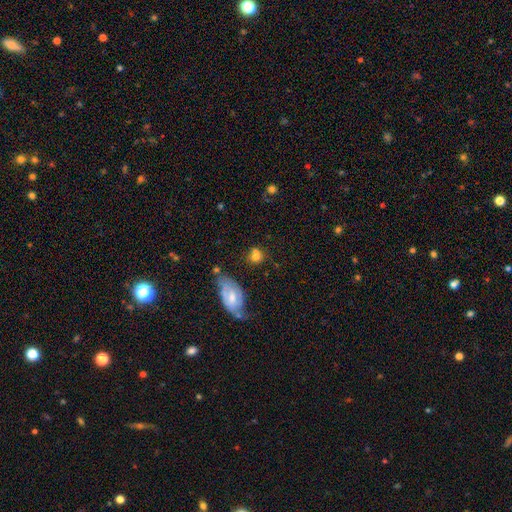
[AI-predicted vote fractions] Q: Smooth or featured?
A: smooth (68%); runner-up: featured or disk (19%)
Q: How rounded?
A: round (65%); runner-up: in between (32%)
Q: Merging?
A: none (47%); runner-up: merger (28%)